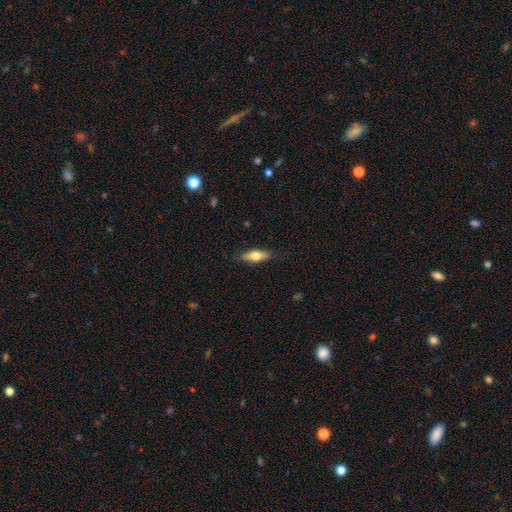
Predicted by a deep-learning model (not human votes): Overall: smooth (60%; featured or disk 34%). How rounded: in between (58%; cigar-shaped 39%). Merging: none (83%).